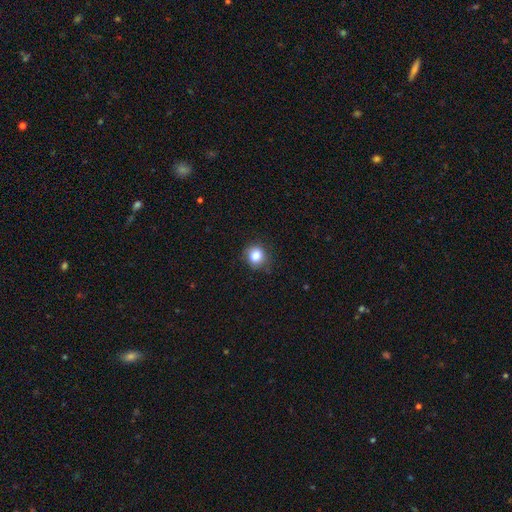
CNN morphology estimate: The model was most divided on "how rounded": round: 80%, in between: 19%, cigar-shaped: 1%. More confident: smooth or featured — smooth (83%); merging — none (80%).